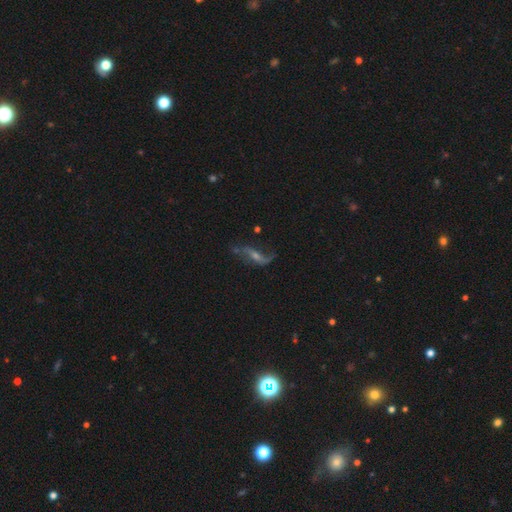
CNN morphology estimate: This is likely a featured or disk galaxy (79%). It is clearly not viewed edge-on (83%). Bar: marginally no (41%). Spiral arm pattern: clearly yes (90%). Spiral arm count: clearly 2 (87%). Spiral winding: clearly loose (85%). Central bulge: possibly small (52%). Merging: likely none (63%).